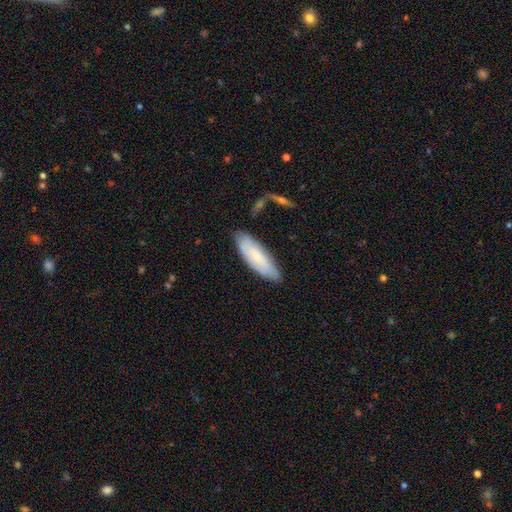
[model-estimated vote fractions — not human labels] Smooth or featured?
  - smooth: 64% *
  - featured or disk: 29%
  - star or artifact: 7%
How rounded?
  - in between: 55% *
  - cigar-shaped: 43%
  - round: 2%
Merging?
  - none: 75% *
  - minor disturbance: 18%
  - major disturbance: 3%
  - merger: 3%